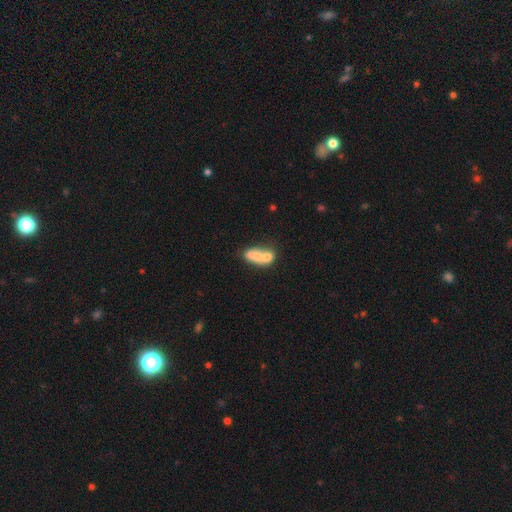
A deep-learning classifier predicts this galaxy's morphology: The model was most divided on "smooth or featured": smooth: 65%, featured or disk: 27%, star or artifact: 8%. More confident: how rounded — in between (76%); merging — merger (67%).